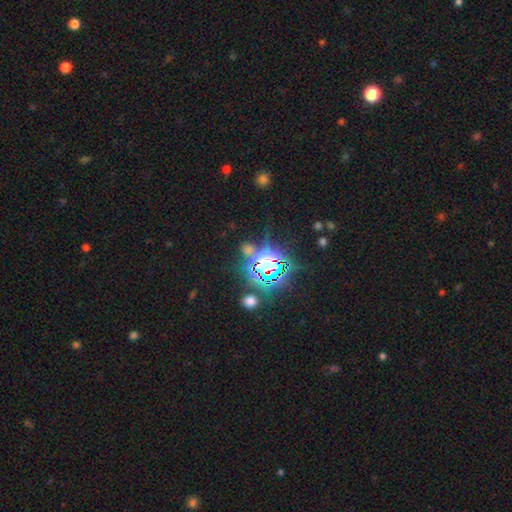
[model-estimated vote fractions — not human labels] smooth_or_featured: star or artifact (p=0.81) [alt: smooth p=0.12]